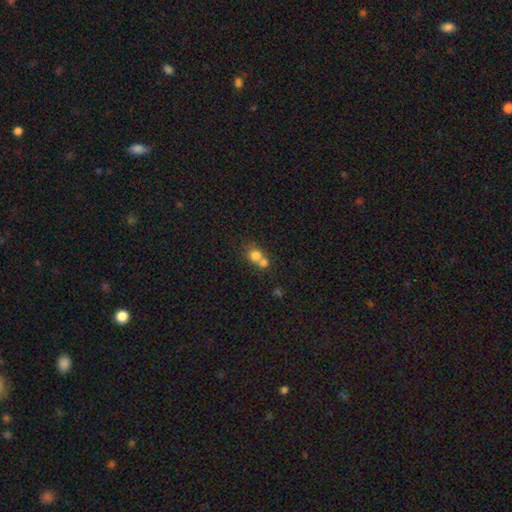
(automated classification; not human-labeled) smooth 76%, featured or disk 13%, star or artifact 11%. Down the decision tree: how rounded — round (78%); merging — merger (59%).